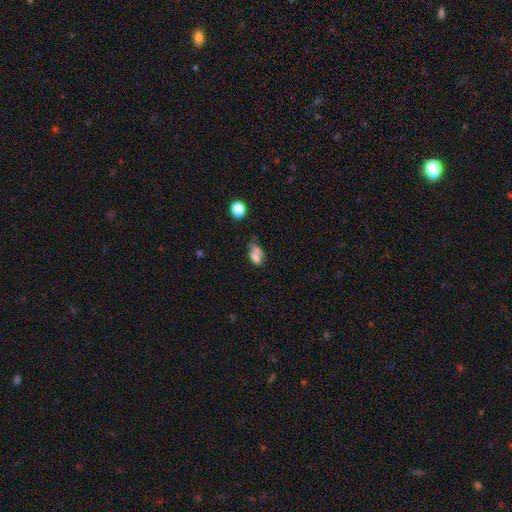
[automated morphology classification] smooth-or-featured: smooth: 61% | featured or disk: 24% | star or artifact: 15%
  how-rounded: in between: 76% | round: 18% | cigar-shaped: 6%
  merging: merger: 39% | none: 27% | minor disturbance: 18% | major disturbance: 17%